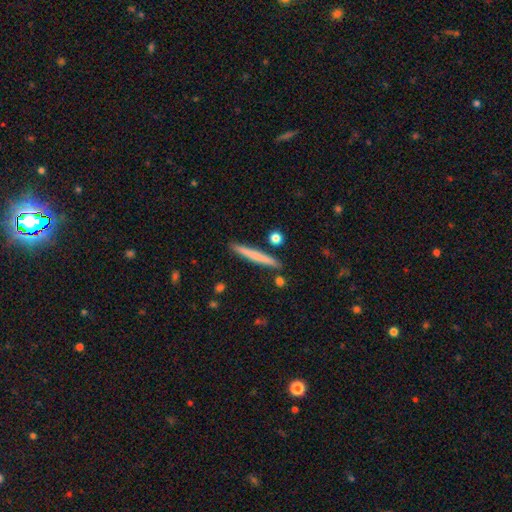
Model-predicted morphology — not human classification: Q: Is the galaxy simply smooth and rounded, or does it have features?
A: smooth — 64%.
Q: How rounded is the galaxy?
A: cigar-shaped — 96%.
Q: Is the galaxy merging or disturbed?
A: none — 88%.